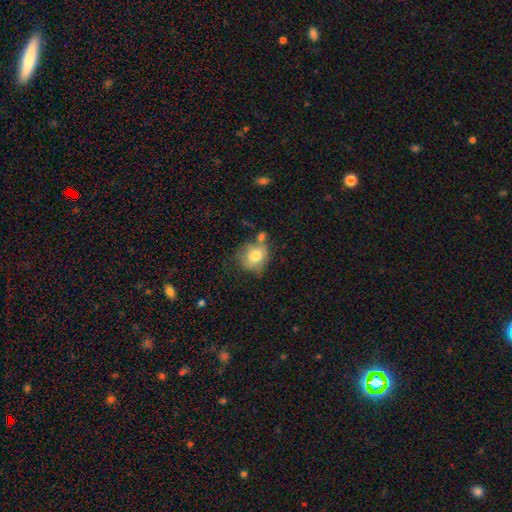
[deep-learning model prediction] Smooth or featured? smooth (74%)
How rounded? round (77%)
Merging? none (45%)